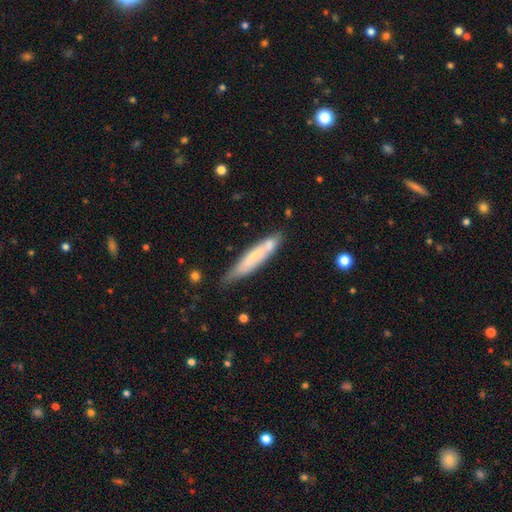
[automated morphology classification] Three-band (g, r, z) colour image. It shows a smooth galaxy with no disk features (57%) that is cigar-shaped (87%). Merging: none (69%).